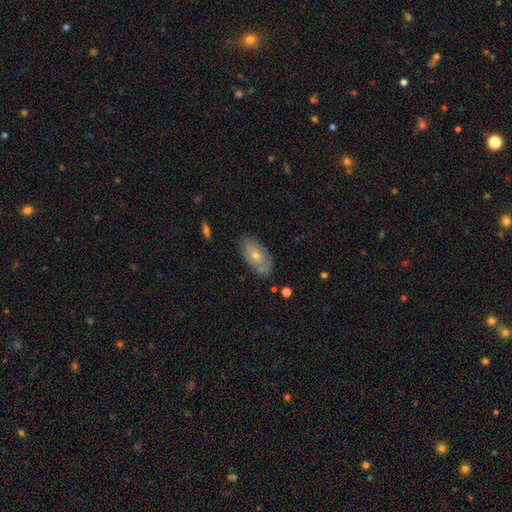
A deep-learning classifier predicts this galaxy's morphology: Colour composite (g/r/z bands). It shows a smooth galaxy with no disk features (51%) that is in between round and cigar-shaped (90%). Merging: none (78%).